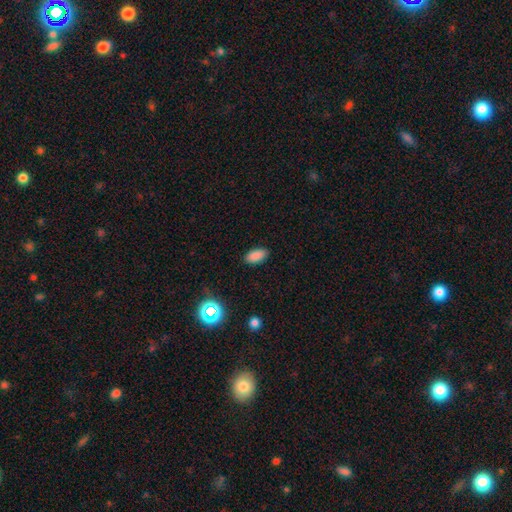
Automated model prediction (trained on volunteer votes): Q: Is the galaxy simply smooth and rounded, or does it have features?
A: smooth — 86%.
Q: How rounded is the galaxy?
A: in between — 92%.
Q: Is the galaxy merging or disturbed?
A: none — 87%.